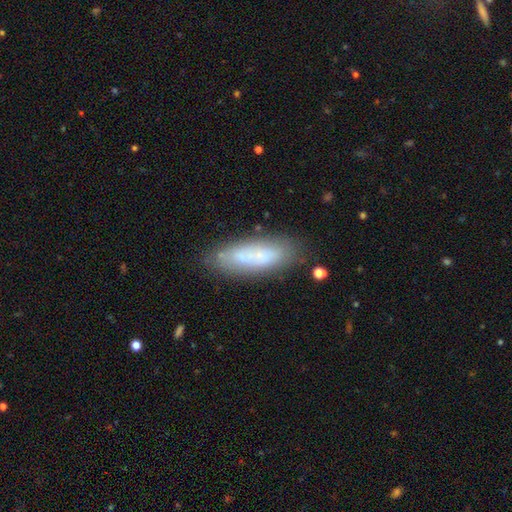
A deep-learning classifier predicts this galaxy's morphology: Smooth or featured: smooth — 67% (featured or disk — 25%)
How rounded: in between — 55% (cigar-shaped — 44%)
Merging: none — 76% (minor disturbance — 16%)